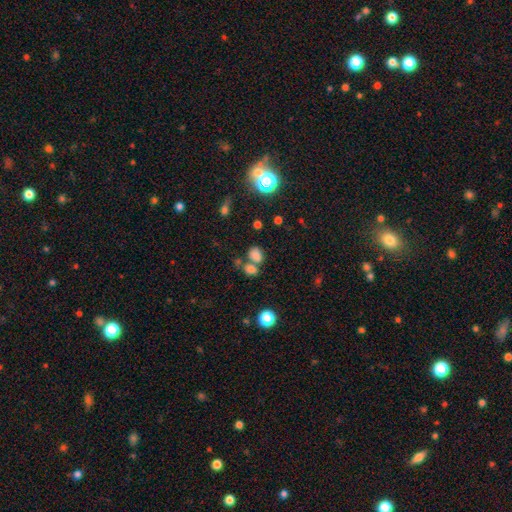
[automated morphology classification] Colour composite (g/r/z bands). It shows a smooth galaxy with no disk features (73%) that is in between round and cigar-shaped (61%). Merging: none (44%).